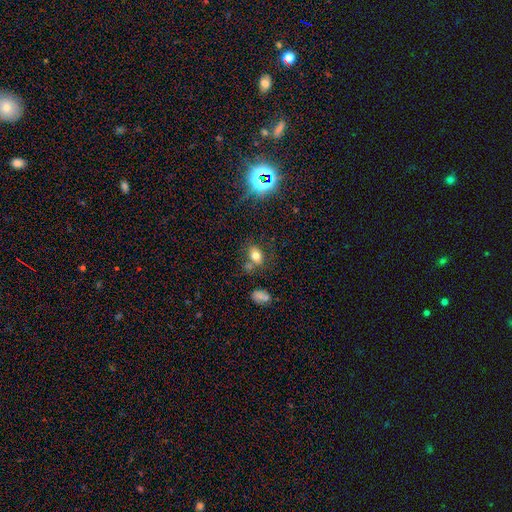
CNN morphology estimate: Q: Smooth or featured?
A: smooth (70%); runner-up: star or artifact (17%)
Q: How rounded?
A: in between (67%); runner-up: round (31%)
Q: Merging?
A: none (61%); runner-up: minor disturbance (17%)